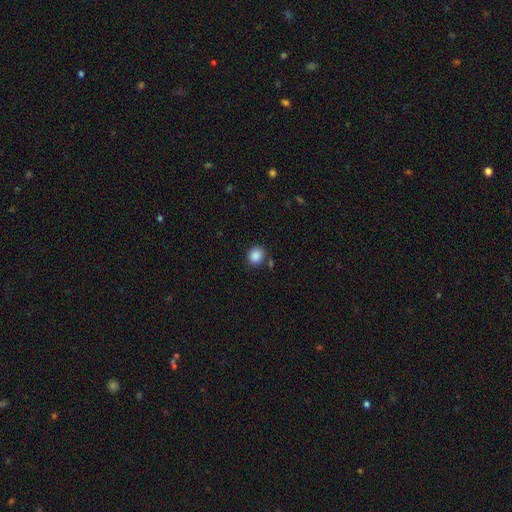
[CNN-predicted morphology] type=smooth (88%); roundness=round (76%); merging=none (82%).